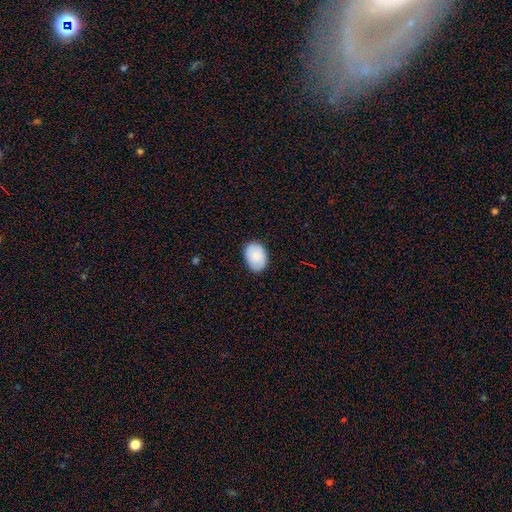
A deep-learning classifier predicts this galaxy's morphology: Smooth or featured? smooth (87%)
How rounded? in between (79%)
Merging? none (86%)